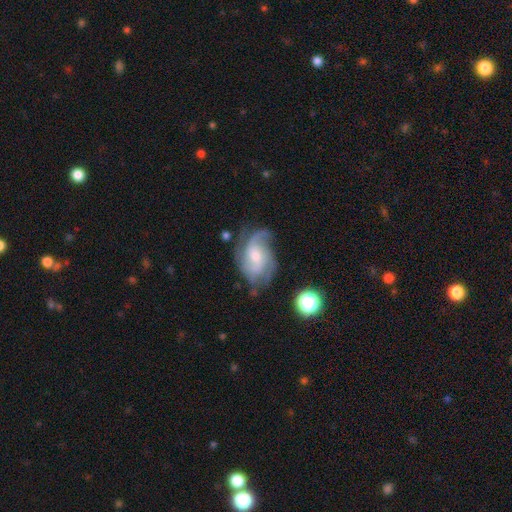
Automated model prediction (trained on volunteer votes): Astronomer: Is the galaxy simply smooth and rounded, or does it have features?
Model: featured or disk — 79%.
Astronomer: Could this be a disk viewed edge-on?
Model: no — 97%.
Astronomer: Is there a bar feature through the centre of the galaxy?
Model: no — 51% (runner-up: weak, 42%).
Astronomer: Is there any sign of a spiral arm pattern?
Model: yes — 94%.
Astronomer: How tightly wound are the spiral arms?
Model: medium — 45% (runner-up: loose, 29%).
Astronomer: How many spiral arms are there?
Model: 3 — 31% (runner-up: 2, 30%).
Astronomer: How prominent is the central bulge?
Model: moderate — 48% (runner-up: small, 40%).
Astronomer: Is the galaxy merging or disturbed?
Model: none — 56%.